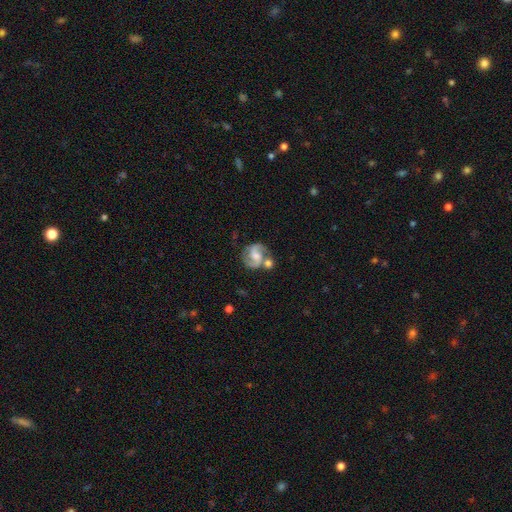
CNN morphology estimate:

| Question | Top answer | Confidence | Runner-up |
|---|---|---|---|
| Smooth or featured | featured or disk | 84% | smooth (10%) |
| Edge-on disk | no | 98% | yes (2%) |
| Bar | weak | 45% | no (36%) |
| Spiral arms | yes | 96% | no (4%) |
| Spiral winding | medium | 58% | loose (22%) |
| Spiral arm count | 2 | 92% | can't tell (3%) |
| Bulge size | moderate | 49% | small (32%) |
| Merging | none | 58% | merger (23%) |